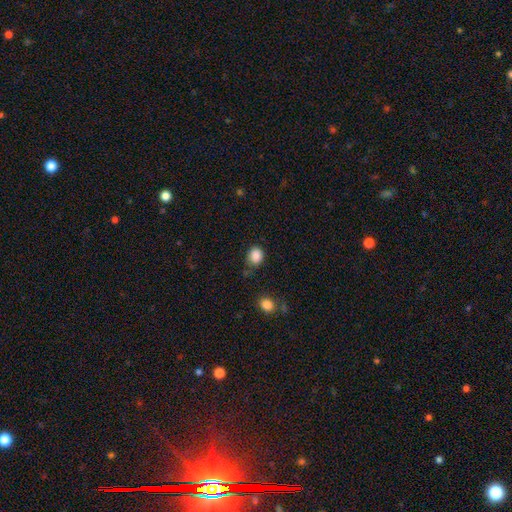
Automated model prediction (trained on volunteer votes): smooth_or_featured: smooth (p=0.86) [alt: star or artifact p=0.10]
how_rounded: round (p=0.53) [alt: in between p=0.46]
merging: none (p=0.70) [alt: minor disturbance p=0.21]